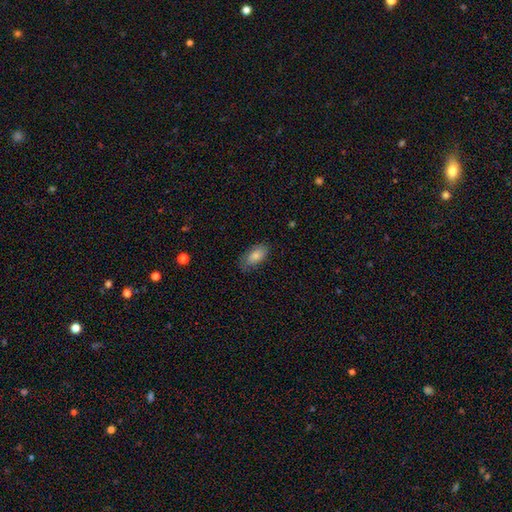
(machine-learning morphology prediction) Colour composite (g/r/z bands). It shows a smooth galaxy with no disk features (81%) that is in between round and cigar-shaped (91%). Merging: none (71%).